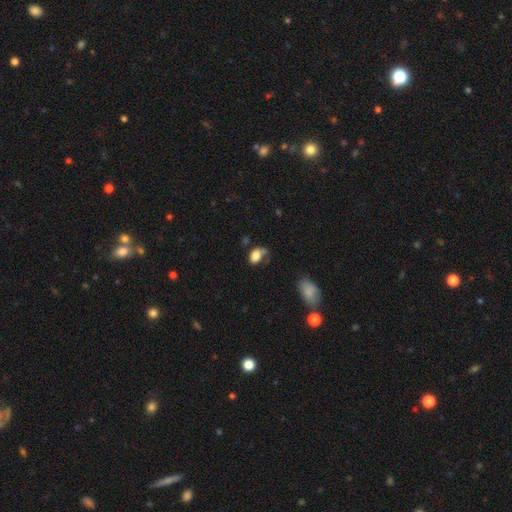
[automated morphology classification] smooth 79%, featured or disk 11%, star or artifact 9%. Down the decision tree: how rounded — in between (77%); merging — none (40%).